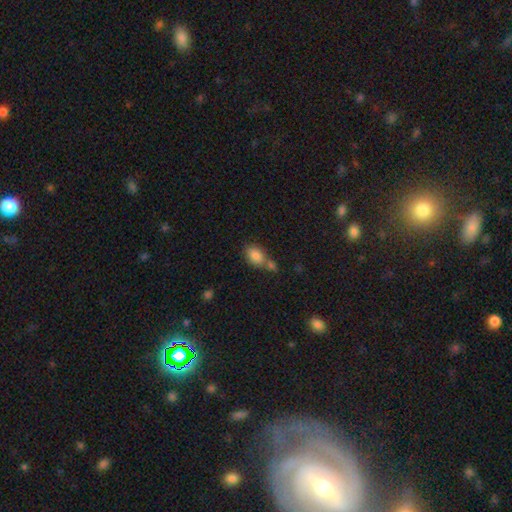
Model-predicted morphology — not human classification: The model was most divided on "merging": none: 49%, merger: 32%, minor disturbance: 14%, major disturbance: 5%. More confident: smooth or featured — smooth (84%); how rounded — in between (82%).